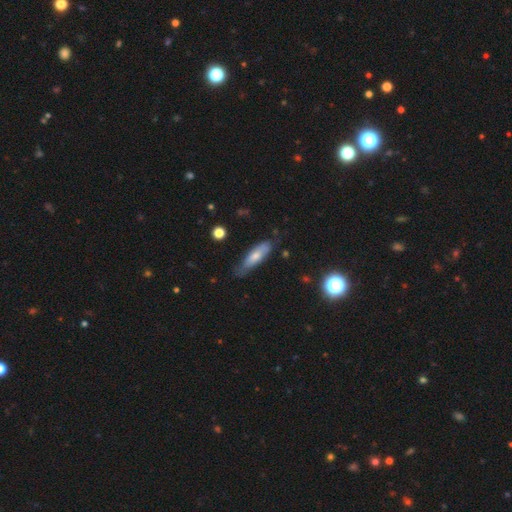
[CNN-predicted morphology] type=smooth (63%); roundness=cigar-shaped (57%); merging=none (63%).